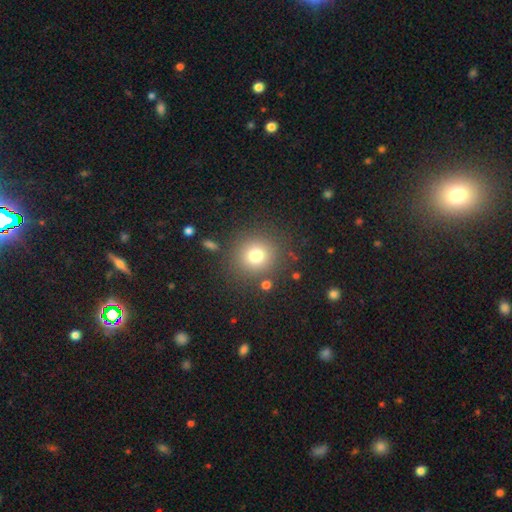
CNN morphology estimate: Smooth or featured? Predicted: smooth (p=0.76). How rounded? Predicted: round (p=0.91). Merging? Predicted: none (p=0.85).